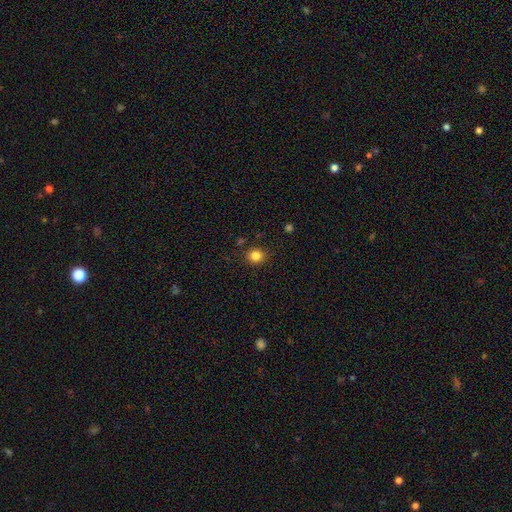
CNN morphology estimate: Smooth or featured?
  - smooth: 83% *
  - star or artifact: 12%
  - featured or disk: 5%
How rounded?
  - round: 84% *
  - in between: 16%
  - cigar-shaped: 1%
Merging?
  - none: 87% *
  - minor disturbance: 9%
  - major disturbance: 2%
  - merger: 2%